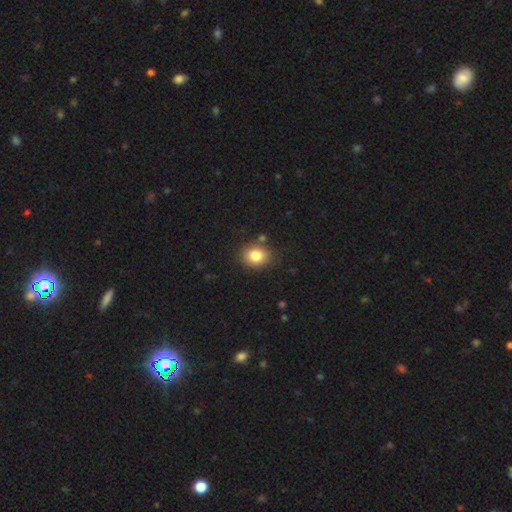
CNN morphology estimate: Q: Smooth or featured?
A: smooth (82%); runner-up: star or artifact (10%)
Q: How rounded?
A: round (63%); runner-up: in between (37%)
Q: Merging?
A: none (83%); runner-up: minor disturbance (10%)